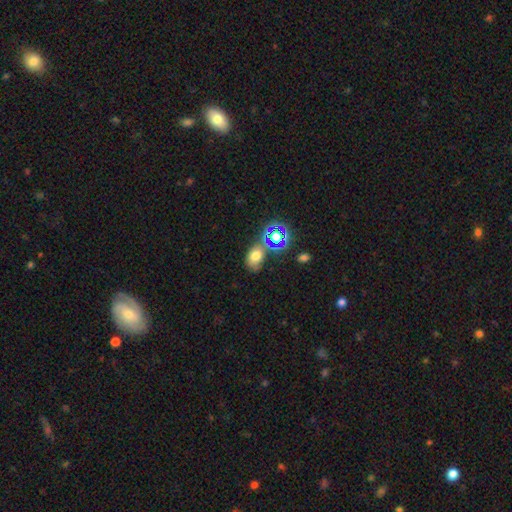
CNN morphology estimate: smooth_or_featured: smooth (p=0.61) [alt: star or artifact p=0.26]
how_rounded: in between (p=0.76) [alt: round p=0.22]
merging: none (p=0.47) [alt: minor disturbance p=0.21]